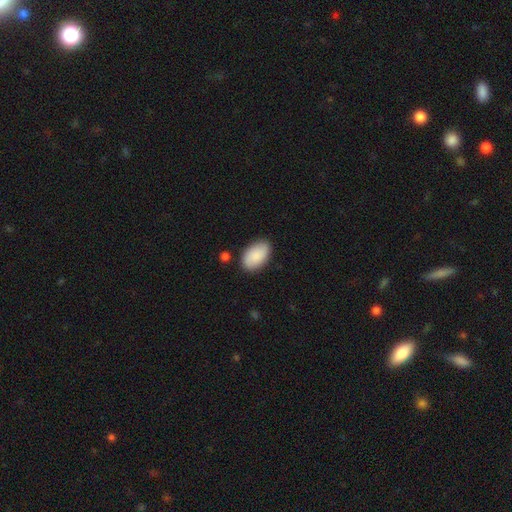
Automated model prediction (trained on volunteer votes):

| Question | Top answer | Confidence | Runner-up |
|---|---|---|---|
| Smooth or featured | smooth | 86% | featured or disk (8%) |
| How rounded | in between | 94% | round (5%) |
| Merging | none | 85% | minor disturbance (11%) |